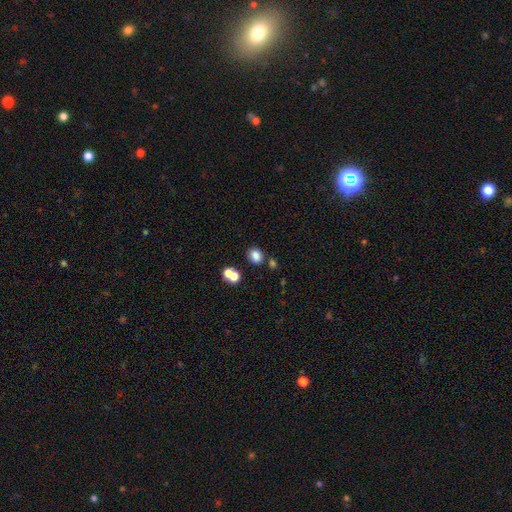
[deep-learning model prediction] This is clearly a smooth galaxy (81%). How rounded: possibly round (51%). Merging: likely none (74%).